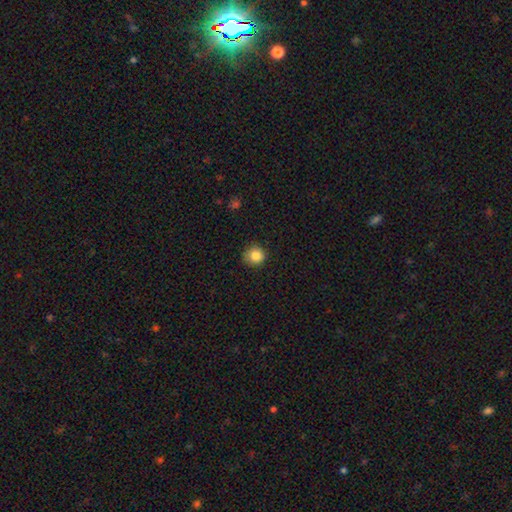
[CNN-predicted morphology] This appears to be a smooth galaxy with no disk features (85%) that is round (91%). Merging: none (81%).